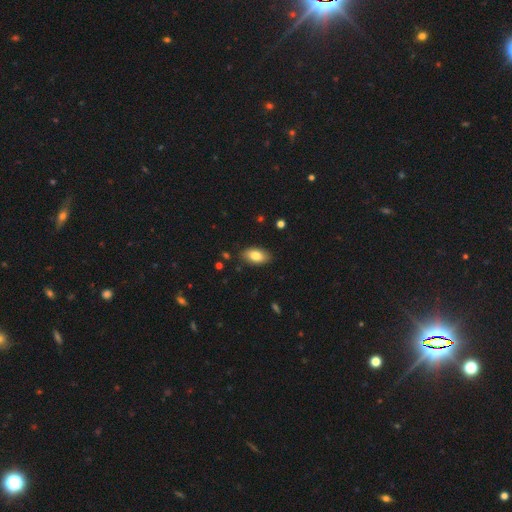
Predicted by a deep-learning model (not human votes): A smooth galaxy with no disk features (82%) that is in between round and cigar-shaped (93%).

Vote fractions:
- Smooth or featured? smooth: 82% / featured or disk: 11% / star or artifact: 7%
- How rounded? in between: 93% / round: 4% / cigar-shaped: 3%
- Merging? none: 87% / minor disturbance: 10% / major disturbance: 2% / merger: 1%